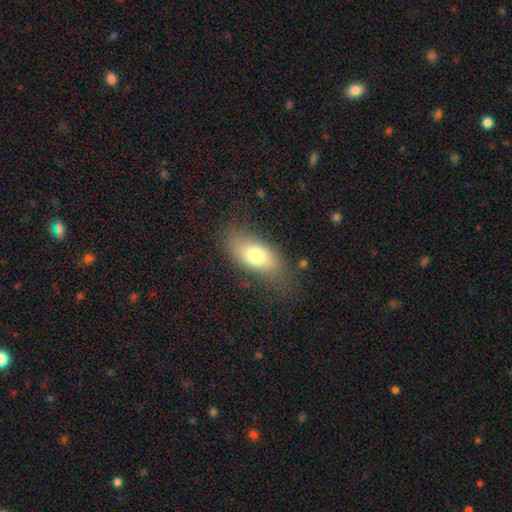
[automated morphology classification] A smooth galaxy with no disk features (71%) that is in between round and cigar-shaped (87%).

Vote fractions:
- Smooth or featured? smooth: 71% / featured or disk: 21% / star or artifact: 9%
- How rounded? in between: 87% / cigar-shaped: 7% / round: 6%
- Merging? none: 68% / minor disturbance: 21% / major disturbance: 10% / merger: 2%